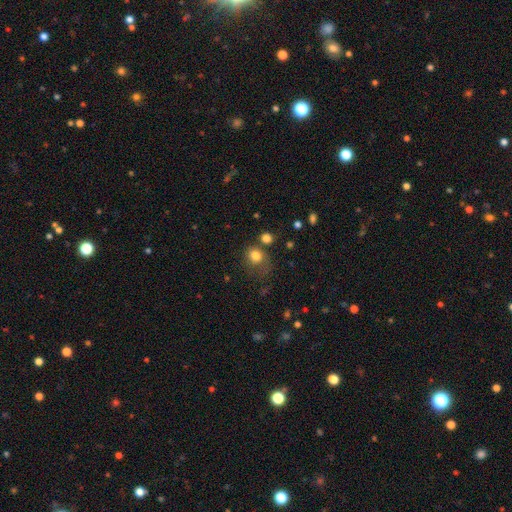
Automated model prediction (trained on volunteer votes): Overall: smooth (80%). How rounded: round (69%; in between 30%). Merging: none (45%; minor disturbance 22%).